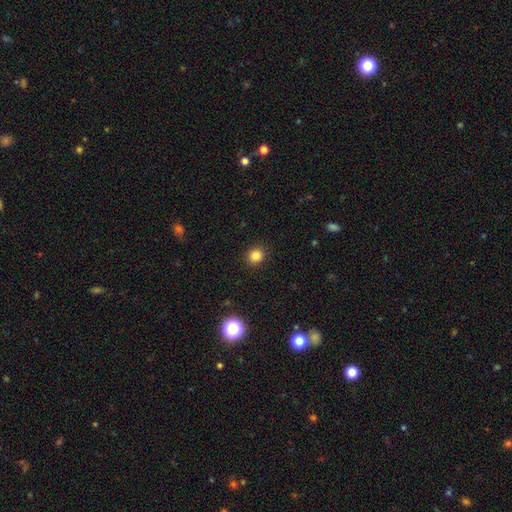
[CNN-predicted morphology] Smooth or featured?
  - smooth: 84% *
  - star or artifact: 12%
  - featured or disk: 4%
How rounded?
  - round: 89% *
  - in between: 10%
  - cigar-shaped: 1%
Merging?
  - none: 92% *
  - minor disturbance: 5%
  - major disturbance: 2%
  - merger: 1%